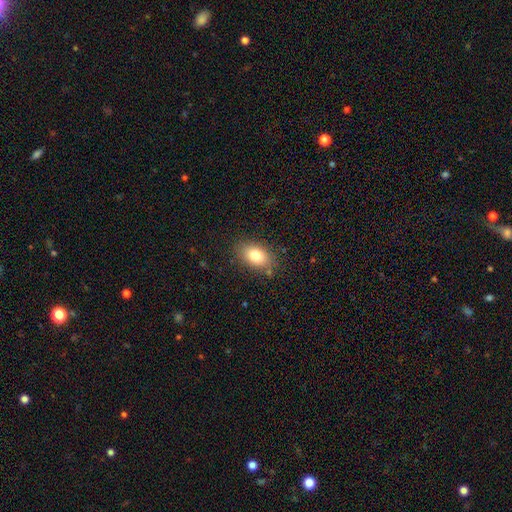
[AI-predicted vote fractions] Overall: smooth (81%). How rounded: in between (87%). Merging: none (83%).